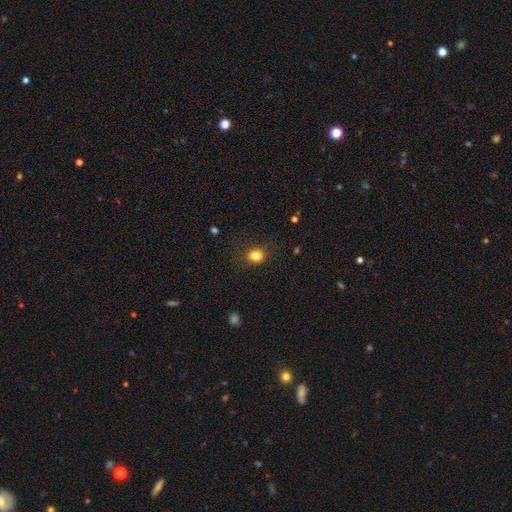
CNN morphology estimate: Overall: smooth (83%). How rounded: round (64%; in between 35%). Merging: none (83%).